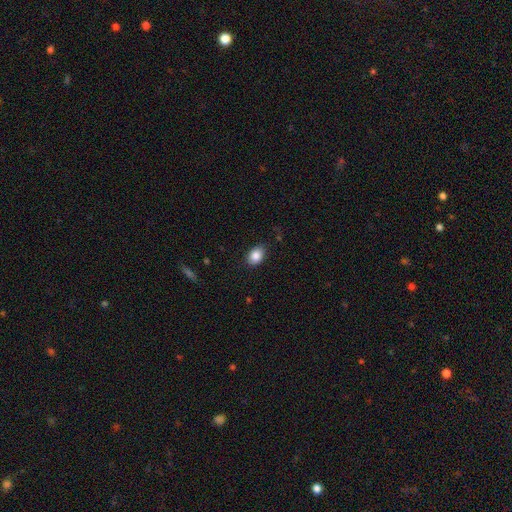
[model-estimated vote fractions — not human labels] smooth 86%, star or artifact 8%, featured or disk 6%. Down the decision tree: how rounded — in between (74%); merging — none (84%).